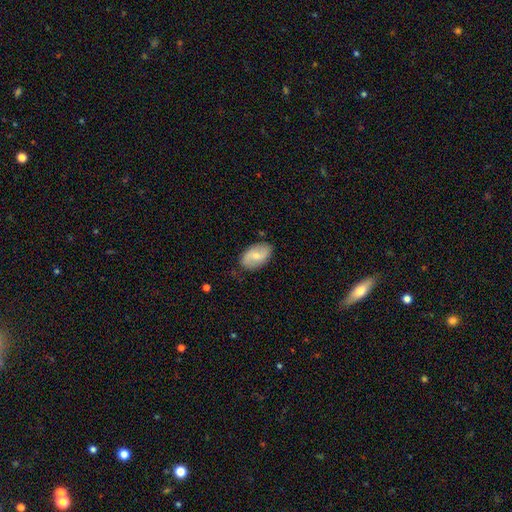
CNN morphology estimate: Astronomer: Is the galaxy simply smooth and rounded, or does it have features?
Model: smooth — 52% (runner-up: featured or disk, 42%).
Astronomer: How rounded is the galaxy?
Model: in between — 92%.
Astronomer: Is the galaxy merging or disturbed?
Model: none — 79%.